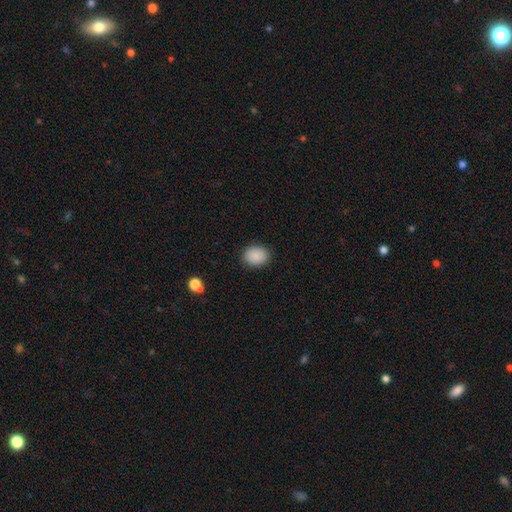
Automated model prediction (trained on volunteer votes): Smooth or featured?
  - smooth: 88% *
  - star or artifact: 8%
  - featured or disk: 4%
How rounded?
  - in between: 55% *
  - round: 44%
  - cigar-shaped: 1%
Merging?
  - none: 89% *
  - minor disturbance: 8%
  - major disturbance: 2%
  - merger: 1%